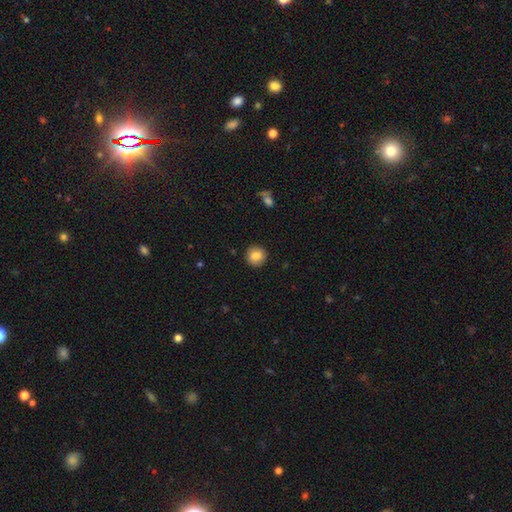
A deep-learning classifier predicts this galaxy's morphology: Smooth or featured? Predicted: smooth (p=0.85). How rounded? Predicted: round (p=0.90). Merging? Predicted: none (p=0.90).